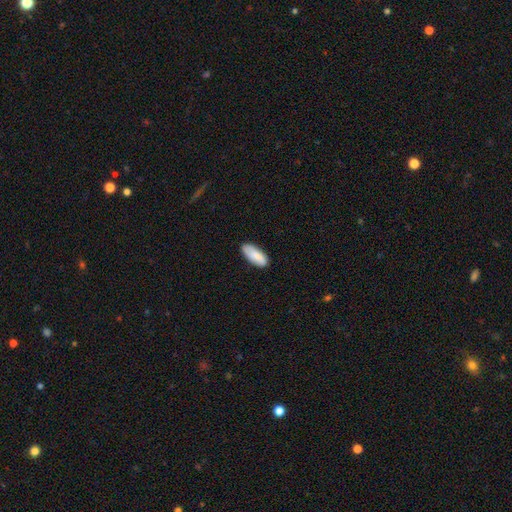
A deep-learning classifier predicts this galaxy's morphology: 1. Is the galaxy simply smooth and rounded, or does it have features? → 85% smooth, 9% featured or disk, 6% star or artifact.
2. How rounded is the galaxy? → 80% in between, 19% cigar-shaped, 2% round.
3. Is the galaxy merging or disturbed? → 83% none, 14% minor disturbance, 2% major disturbance, 1% merger.